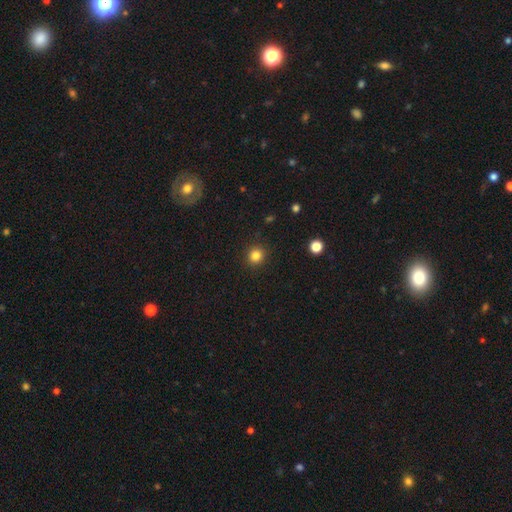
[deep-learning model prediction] Smooth or featured? Predicted: smooth (p=0.84). How rounded? Predicted: round (p=0.90). Merging? Predicted: none (p=0.91).